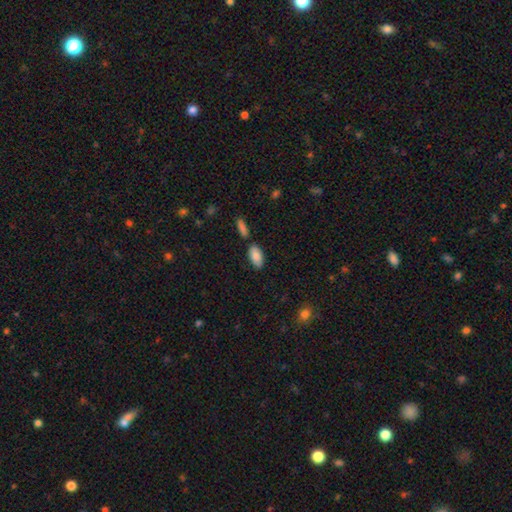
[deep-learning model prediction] smooth-or-featured: smooth: 86% | featured or disk: 8% | star or artifact: 6%
  how-rounded: in between: 90% | cigar-shaped: 8% | round: 2%
  merging: none: 77% | minor disturbance: 11% | merger: 9% | major disturbance: 2%